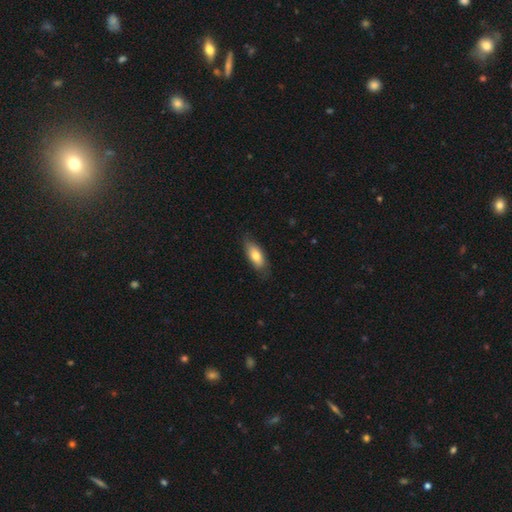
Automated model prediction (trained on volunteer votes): Smooth or featured? Predicted: smooth (p=0.72). How rounded? Predicted: in between (p=0.77). Merging? Predicted: none (p=0.73).